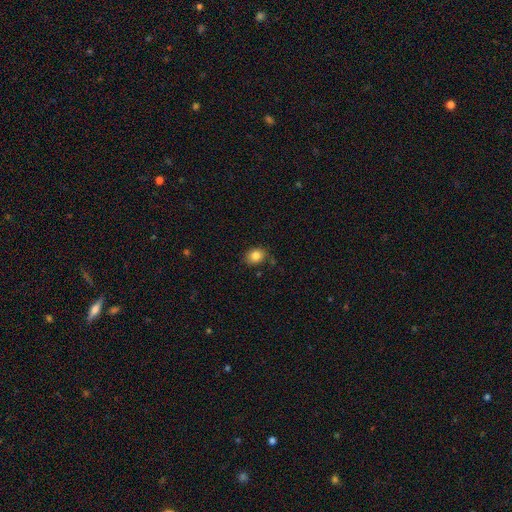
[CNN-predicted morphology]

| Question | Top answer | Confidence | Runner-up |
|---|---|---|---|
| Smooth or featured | smooth | 84% | star or artifact (10%) |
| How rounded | round | 55% | in between (44%) |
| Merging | none | 75% | minor disturbance (18%) |